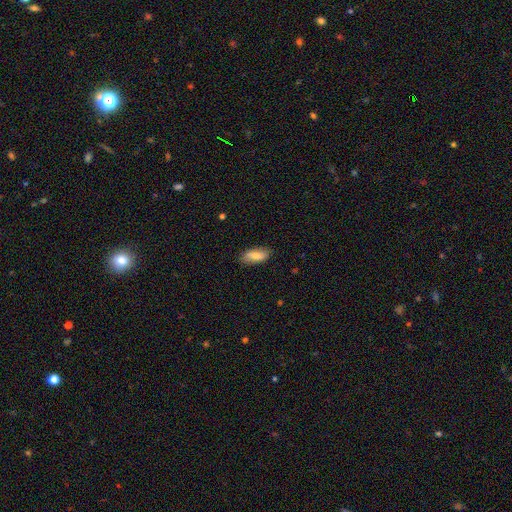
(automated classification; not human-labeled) Smooth or featured? Predicted: smooth (p=0.78). How rounded? Predicted: in between (p=0.85). Merging? Predicted: none (p=0.84).